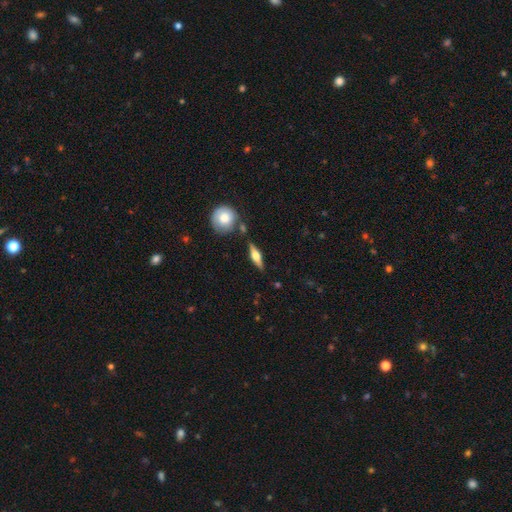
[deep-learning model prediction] Smooth or featured? Predicted: featured or disk (p=0.64). Edge-on disk? Predicted: yes (p=0.95). Edge-on bulge? Predicted: rounded (p=0.92). Merging? Predicted: none (p=0.82).